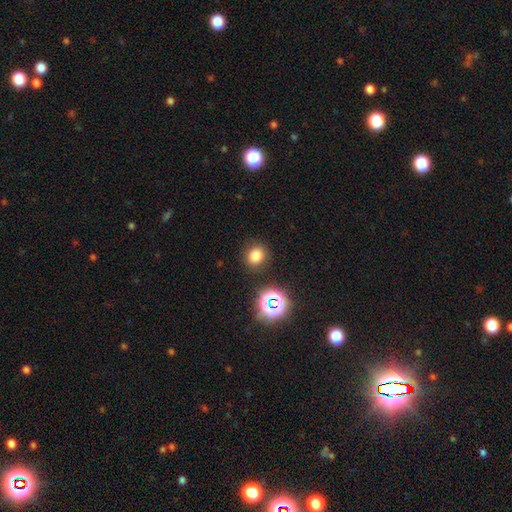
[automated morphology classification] Smooth or featured: smooth — 76% (star or artifact — 18%)
How rounded: round — 79% (in between — 20%)
Merging: none — 86% (minor disturbance — 8%)